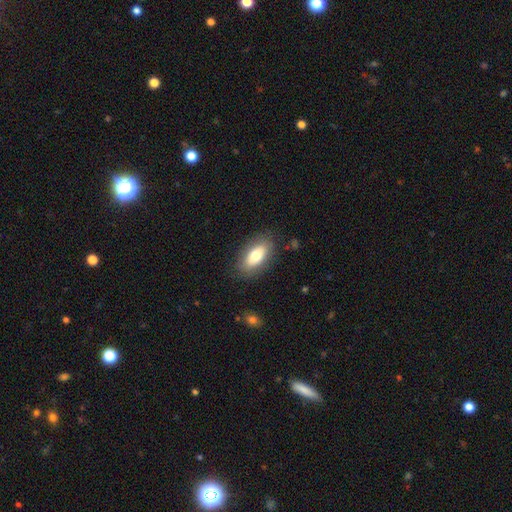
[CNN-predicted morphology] Overall: smooth (76%). How rounded: in between (90%). Merging: none (84%).